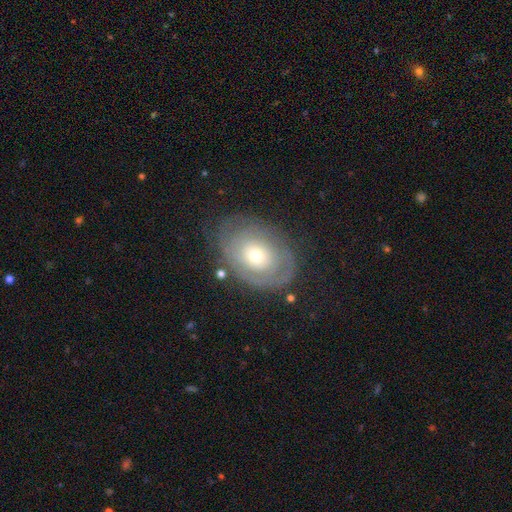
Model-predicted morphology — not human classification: Smooth or featured: featured or disk — 62% (smooth — 31%)
Edge-on disk: no — 94% (yes — 6%)
Bar: no — 87% (weak — 11%)
Spiral arms: yes — 61% (no — 39%)
Bulge size: moderate — 47% (small — 44%)
Merging: none — 71% (minor disturbance — 18%)